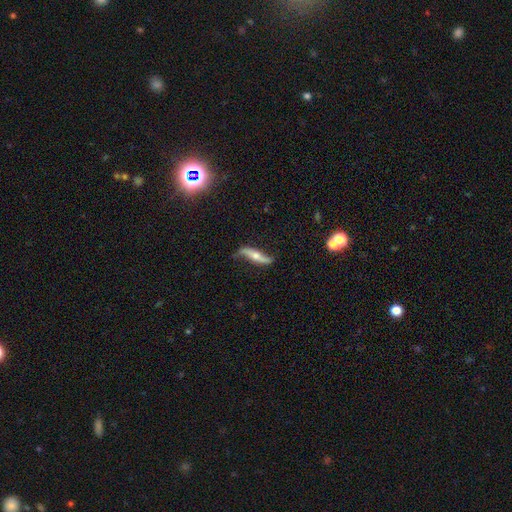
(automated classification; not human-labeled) Smooth or featured? featured or disk (74%)
Edge-on disk? no (53%)
Merging? none (70%)